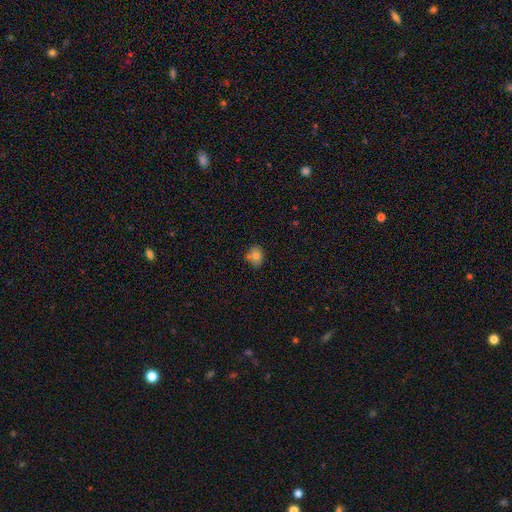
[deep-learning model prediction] A smooth galaxy with no disk features (75%) that is round (60%).

Vote fractions:
- Smooth or featured? smooth: 75% / featured or disk: 14% / star or artifact: 11%
- How rounded? round: 60% / in between: 39% / cigar-shaped: 1%
- Merging? none: 65% / minor disturbance: 17% / merger: 14% / major disturbance: 3%